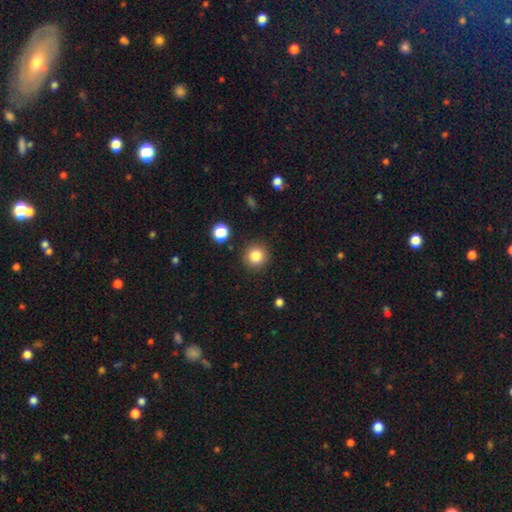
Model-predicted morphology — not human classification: Smooth or featured? smooth (84%)
How rounded? round (93%)
Merging? none (89%)